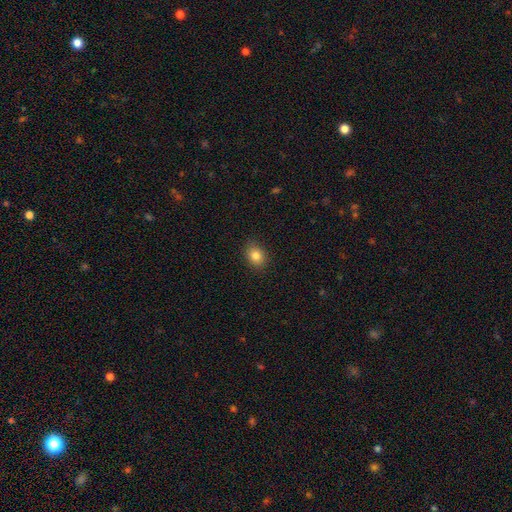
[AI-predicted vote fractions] Morphology: type=smooth (84%); roundness=in between (56%); merging=none (87%).